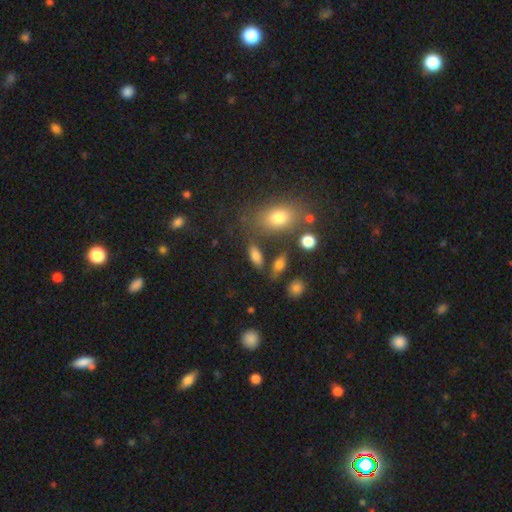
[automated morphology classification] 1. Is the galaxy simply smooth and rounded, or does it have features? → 76% smooth, 13% featured or disk, 11% star or artifact.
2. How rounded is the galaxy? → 79% in between, 15% cigar-shaped, 6% round.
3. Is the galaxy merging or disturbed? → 70% none, 14% minor disturbance, 10% merger, 6% major disturbance.